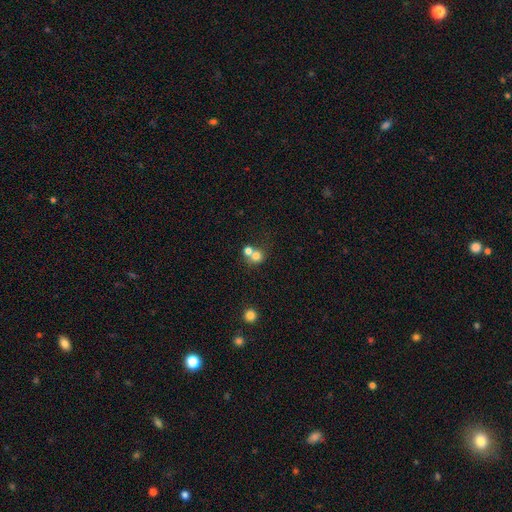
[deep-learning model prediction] Smooth or featured?
  - smooth: 74% *
  - star or artifact: 13%
  - featured or disk: 13%
How rounded?
  - round: 82% *
  - in between: 17%
  - cigar-shaped: 1%
Merging?
  - merger: 52% *
  - none: 39%
  - minor disturbance: 6%
  - major disturbance: 3%